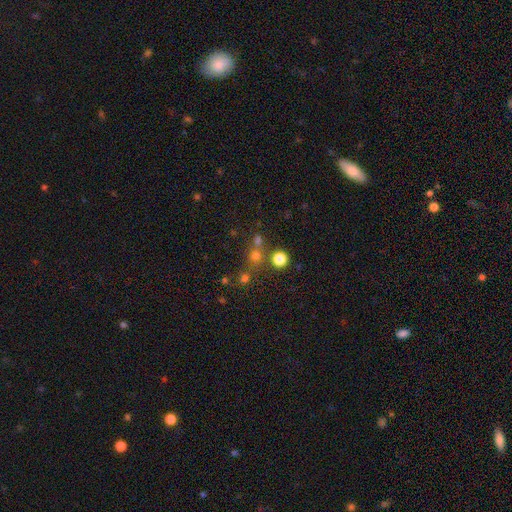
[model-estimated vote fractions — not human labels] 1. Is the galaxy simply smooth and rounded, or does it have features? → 57% smooth, 33% star or artifact, 10% featured or disk.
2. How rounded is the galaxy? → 89% round, 10% in between, 1% cigar-shaped.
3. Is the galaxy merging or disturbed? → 65% none, 23% merger, 7% minor disturbance, 4% major disturbance.